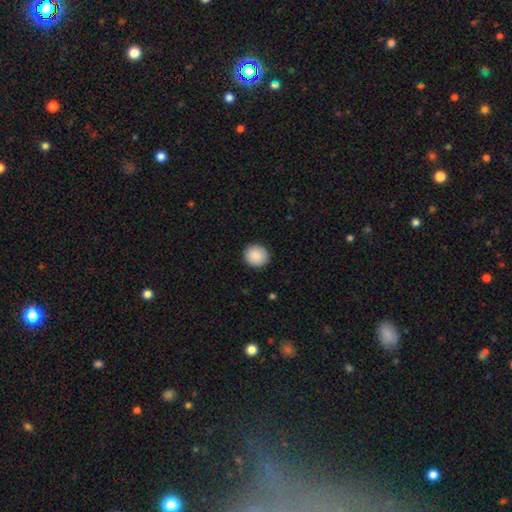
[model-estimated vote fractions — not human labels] This is clearly a smooth galaxy (88%). How rounded: clearly round (88%). Merging: clearly none (92%).